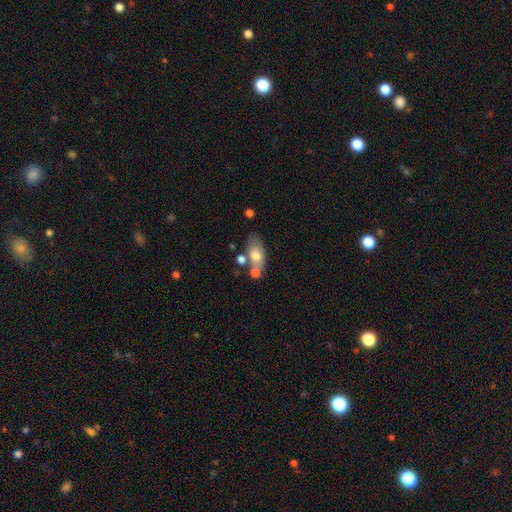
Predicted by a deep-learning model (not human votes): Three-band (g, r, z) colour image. It shows a smooth galaxy with no disk features (69%) that is in between round and cigar-shaped (86%). Merging: none (49%).